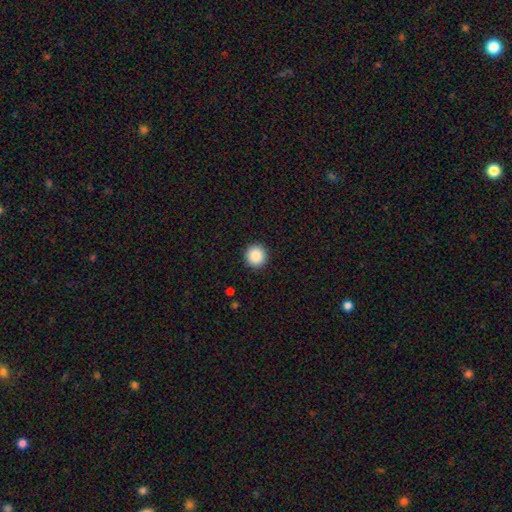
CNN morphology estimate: type=smooth (88%); roundness=round (95%); merging=none (93%).